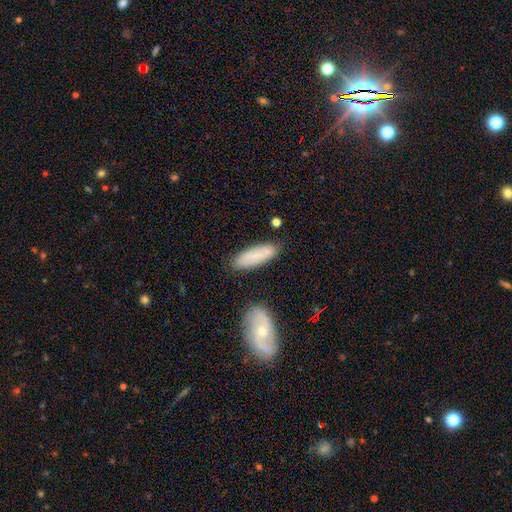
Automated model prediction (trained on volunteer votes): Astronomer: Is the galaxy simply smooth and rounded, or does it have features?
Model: smooth — 74%.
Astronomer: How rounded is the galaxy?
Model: in between — 62%.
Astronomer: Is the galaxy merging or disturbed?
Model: none — 79%.